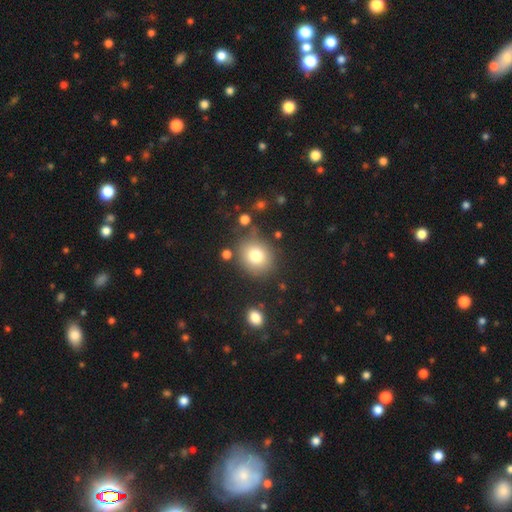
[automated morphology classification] Smooth or featured: smooth — 79% (star or artifact — 11%)
How rounded: round — 78% (in between — 22%)
Merging: none — 78% (minor disturbance — 12%)